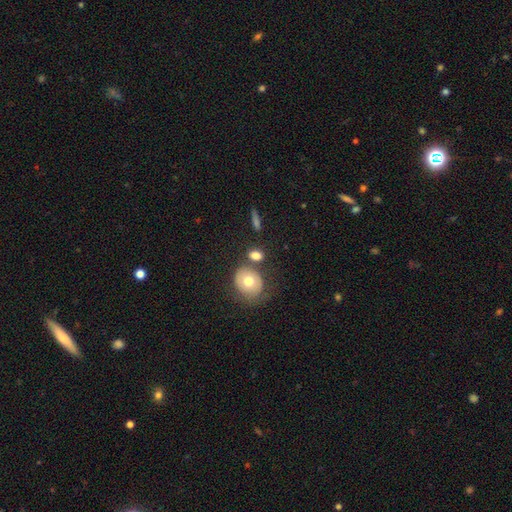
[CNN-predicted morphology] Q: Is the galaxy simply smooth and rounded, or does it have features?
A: smooth — 75%.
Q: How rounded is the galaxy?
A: in between — 52%.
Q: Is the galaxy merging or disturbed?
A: none — 62%.